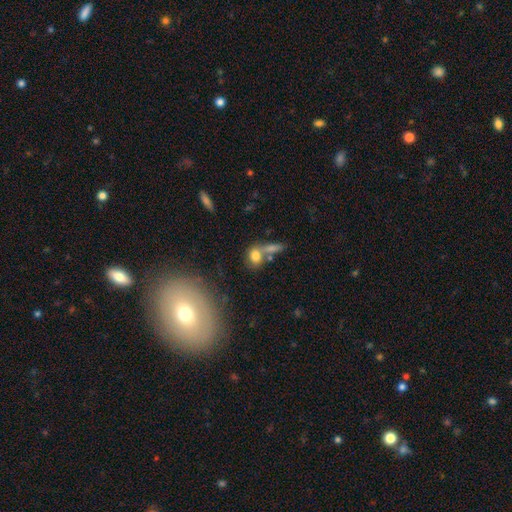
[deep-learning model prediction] smooth-or-featured: smooth: 74% | featured or disk: 14% | star or artifact: 12%
  how-rounded: round: 50% | in between: 43% | cigar-shaped: 7%
  merging: none: 43% | merger: 39% | minor disturbance: 11% | major disturbance: 7%